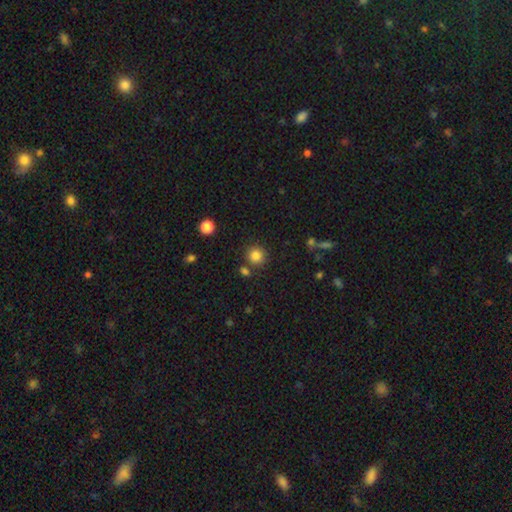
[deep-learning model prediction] Overall: smooth (84%). How rounded: round (90%). Merging: none (81%).